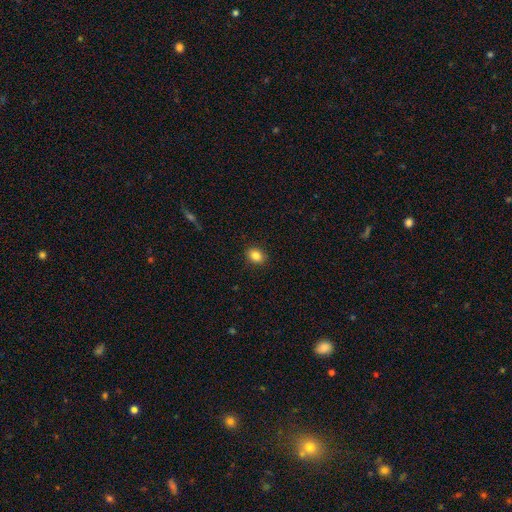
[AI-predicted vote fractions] A smooth galaxy with no disk features (84%) that is in between round and cigar-shaped (62%).

Vote fractions:
- Smooth or featured? smooth: 84% / star or artifact: 10% / featured or disk: 6%
- How rounded? in between: 62% / round: 37% / cigar-shaped: 1%
- Merging? none: 90% / minor disturbance: 7% / major disturbance: 2% / merger: 1%